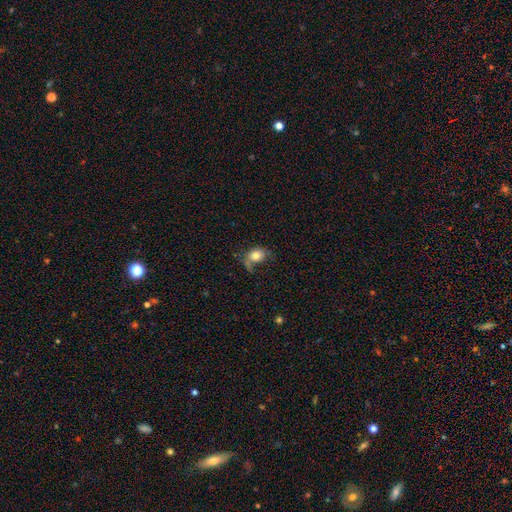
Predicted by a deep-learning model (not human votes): This is likely a smooth galaxy (74%). How rounded: possibly in between (56%). Merging: marginally none (37%).